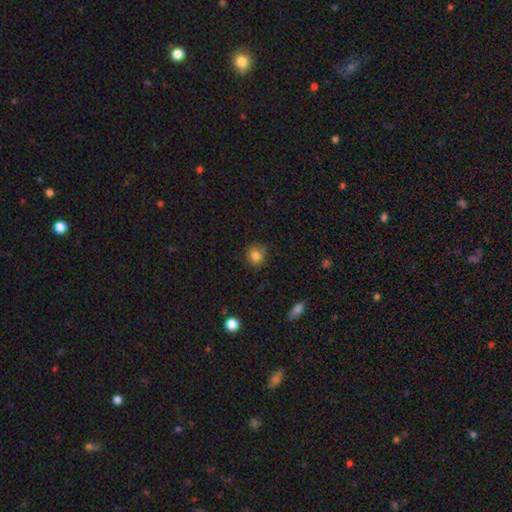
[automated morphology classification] Smooth or featured? Predicted: smooth (p=0.84). How rounded? Predicted: round (p=0.84). Merging? Predicted: none (p=0.80).